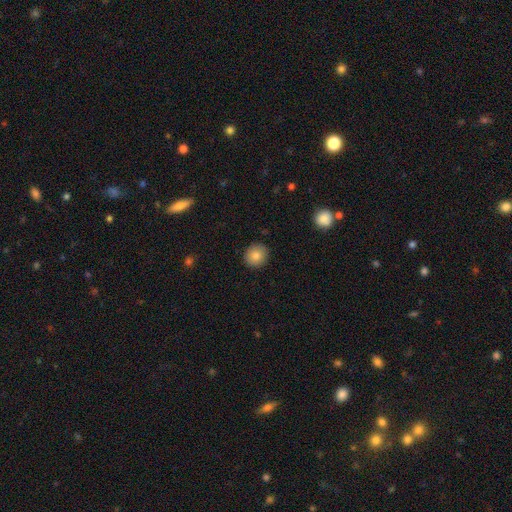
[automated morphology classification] smooth-or-featured: smooth: 83% | star or artifact: 9% | featured or disk: 8%
  how-rounded: round: 86% | in between: 13% | cigar-shaped: 1%
  merging: none: 90% | minor disturbance: 7% | major disturbance: 2% | merger: 1%